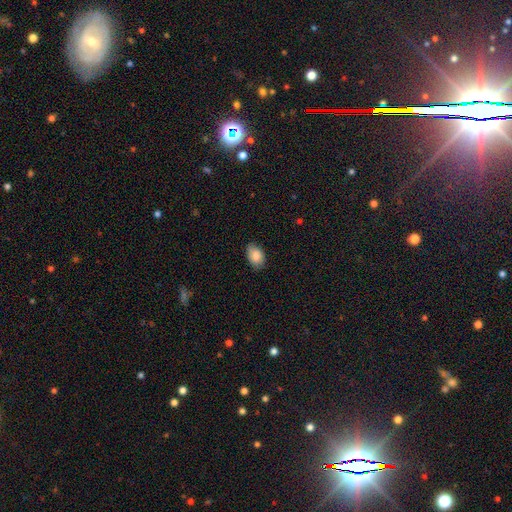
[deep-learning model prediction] smooth_or_featured: smooth (p=0.86) [alt: star or artifact p=0.07]
how_rounded: in between (p=0.85) [alt: round p=0.14]
merging: none (p=0.79) [alt: minor disturbance p=0.17]